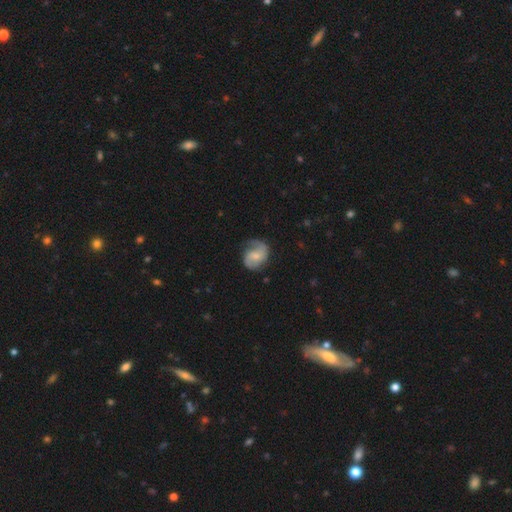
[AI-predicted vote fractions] Morphology: type=featured or disk (67%); edge-on=no (98%); bar=no (46%); spiral arms=yes (91%); winding=medium (43%); arm count=2 (70%); bulge=small (53%); merging=none (59%).